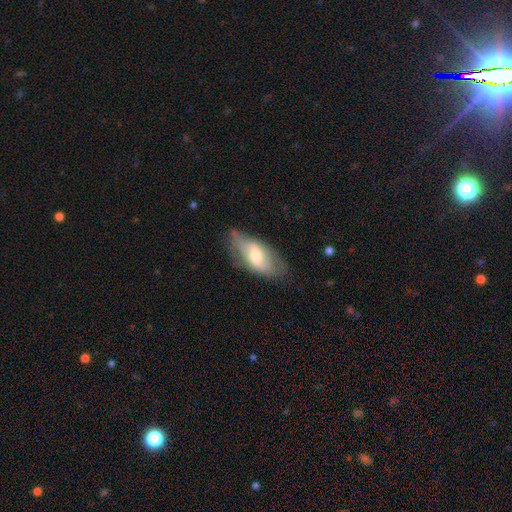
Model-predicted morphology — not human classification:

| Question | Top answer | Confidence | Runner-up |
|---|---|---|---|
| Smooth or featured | smooth | 50% | featured or disk (44%) |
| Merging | none | 56% | minor disturbance (31%) |